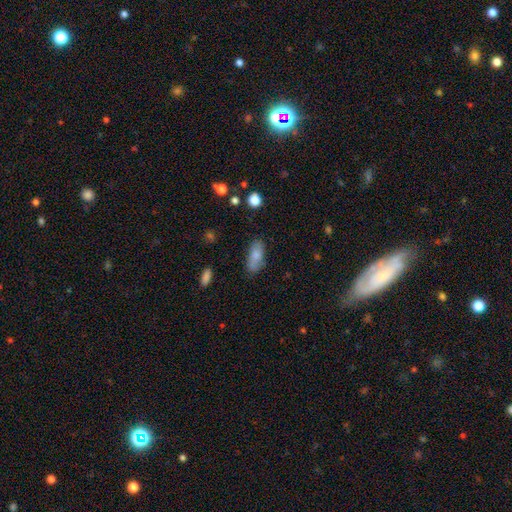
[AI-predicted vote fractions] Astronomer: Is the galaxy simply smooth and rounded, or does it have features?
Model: smooth — 79%.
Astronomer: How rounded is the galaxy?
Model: in between — 83%.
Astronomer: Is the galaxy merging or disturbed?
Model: none — 72%.